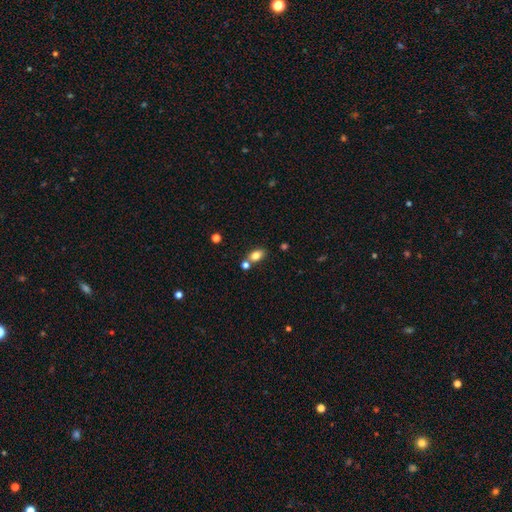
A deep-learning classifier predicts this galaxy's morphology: This appears to be a smooth galaxy with no disk features (81%) that is in between round and cigar-shaped (83%). Merging: none (65%).